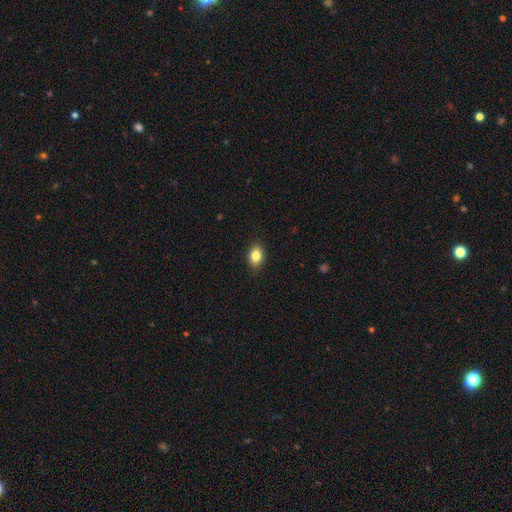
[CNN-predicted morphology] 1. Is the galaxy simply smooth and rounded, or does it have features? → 83% smooth, 9% star or artifact, 8% featured or disk.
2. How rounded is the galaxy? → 77% in between, 21% round, 2% cigar-shaped.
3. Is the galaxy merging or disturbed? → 88% none, 9% minor disturbance, 2% major disturbance, 1% merger.